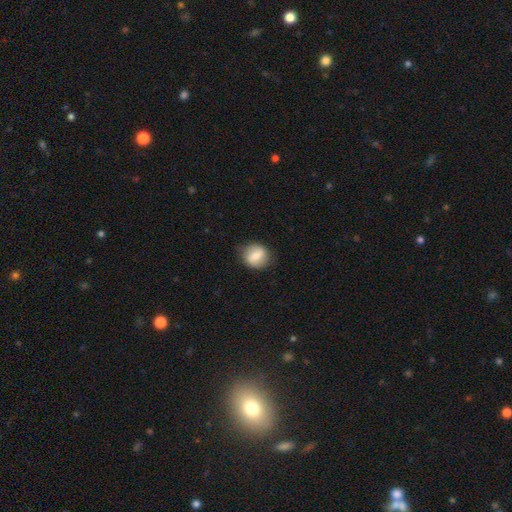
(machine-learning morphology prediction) This is likely a smooth galaxy (67%). How rounded: likely round (76%). Merging: clearly none (82%).